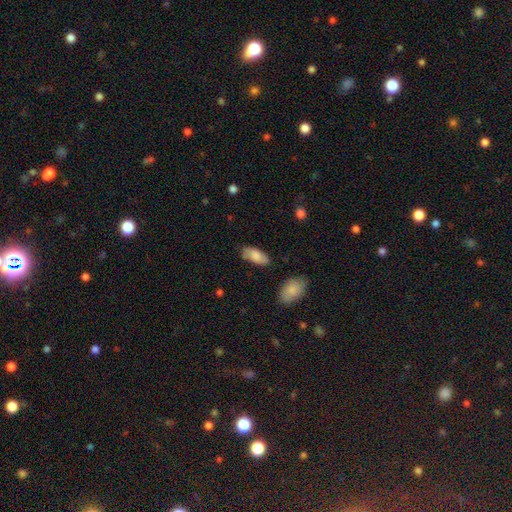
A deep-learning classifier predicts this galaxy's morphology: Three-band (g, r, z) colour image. It shows a smooth galaxy with no disk features (78%) that is in between round and cigar-shaped (88%). Merging: none (78%).